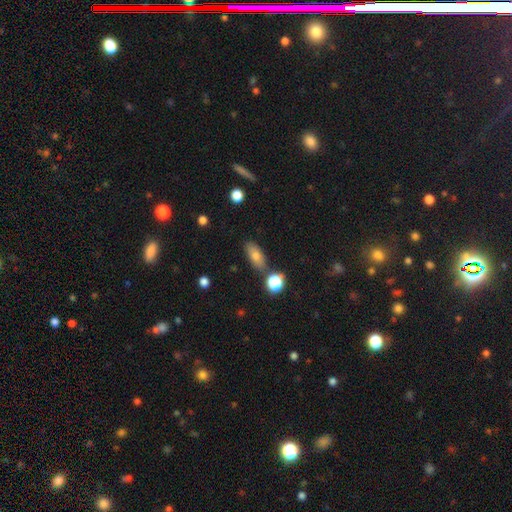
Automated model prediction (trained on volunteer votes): Overall: smooth (76%). How rounded: in between (81%). Merging: none (78%).